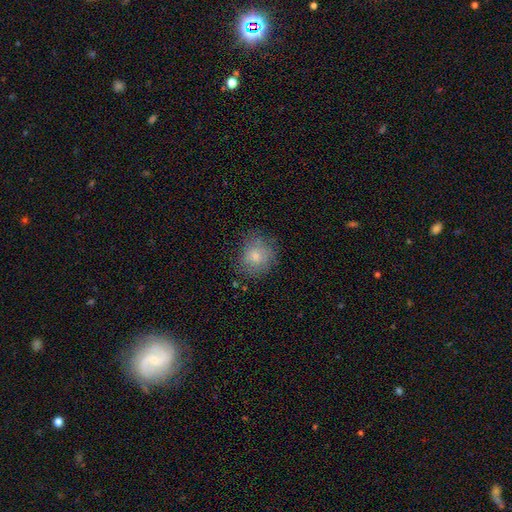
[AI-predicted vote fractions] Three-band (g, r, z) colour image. It shows a smooth galaxy with no disk features (75%) that is round (81%). Merging: none (71%).